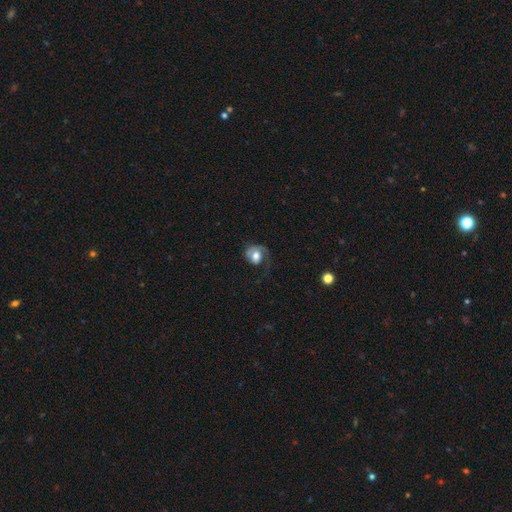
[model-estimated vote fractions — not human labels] Smooth or featured?
  - featured or disk: 54% *
  - smooth: 38%
  - star or artifact: 7%
Edge-on disk?
  - no: 97% *
  - yes: 3%
Bar?
  - no: 72% *
  - weak: 22%
  - strong: 6%
Spiral arms?
  - yes: 80% *
  - no: 20%
Bulge size?
  - moderate: 46% *
  - large: 38%
  - dominant: 7%
  - small: 7%
  - none: 2%
Merging?
  - major disturbance: 45% *
  - none: 33%
  - minor disturbance: 20%
  - merger: 3%